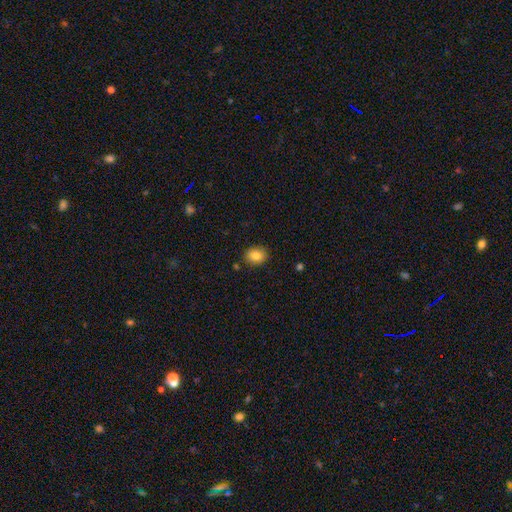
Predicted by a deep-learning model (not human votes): A smooth galaxy with no disk features (83%) that is round (56%). Merging: none (86%).